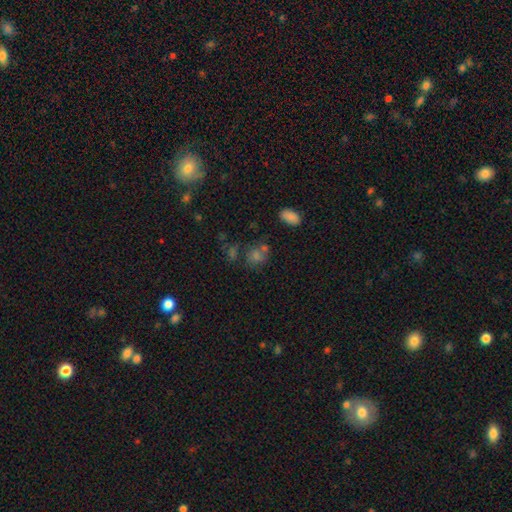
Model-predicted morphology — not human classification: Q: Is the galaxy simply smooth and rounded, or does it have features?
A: smooth — 59%.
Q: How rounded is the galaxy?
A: round — 66%.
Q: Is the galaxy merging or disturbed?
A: none — 57%.